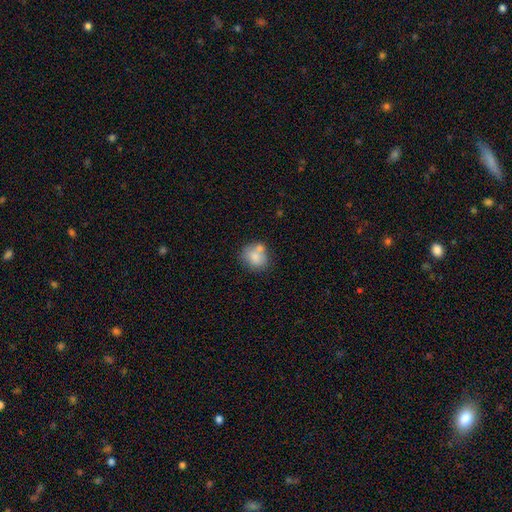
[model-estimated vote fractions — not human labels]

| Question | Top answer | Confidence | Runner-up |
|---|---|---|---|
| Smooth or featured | smooth | 76% | featured or disk (15%) |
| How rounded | round | 66% | in between (33%) |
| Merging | none | 48% | merger (30%) |